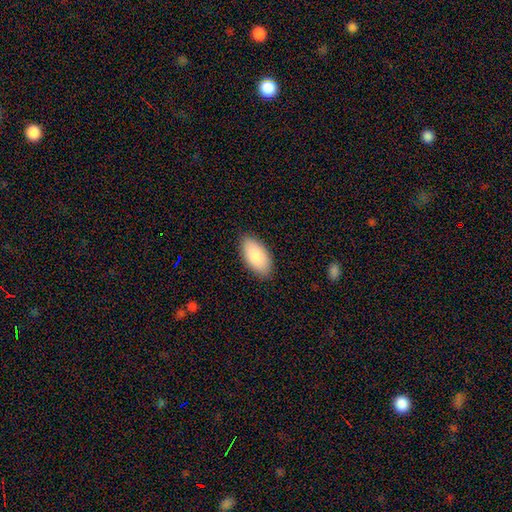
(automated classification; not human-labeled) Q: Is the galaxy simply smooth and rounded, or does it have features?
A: smooth — 87%.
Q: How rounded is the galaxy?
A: in between — 95%.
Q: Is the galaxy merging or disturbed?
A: none — 85%.